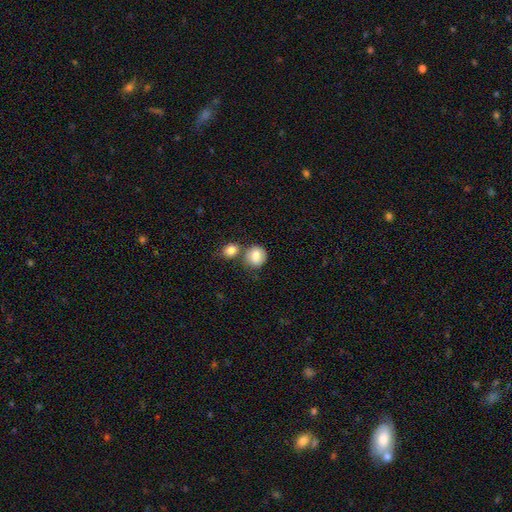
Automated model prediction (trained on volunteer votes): This is clearly a smooth galaxy (81%). How rounded: likely round (75%). Merging: possibly none (58%).